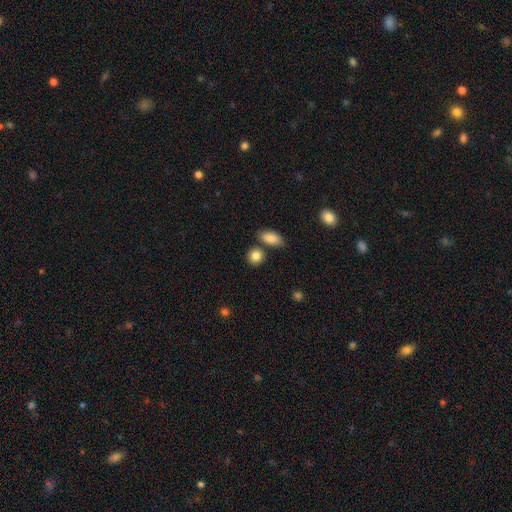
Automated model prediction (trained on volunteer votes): Smooth or featured? smooth (86%)
How rounded? round (75%)
Merging? none (73%)